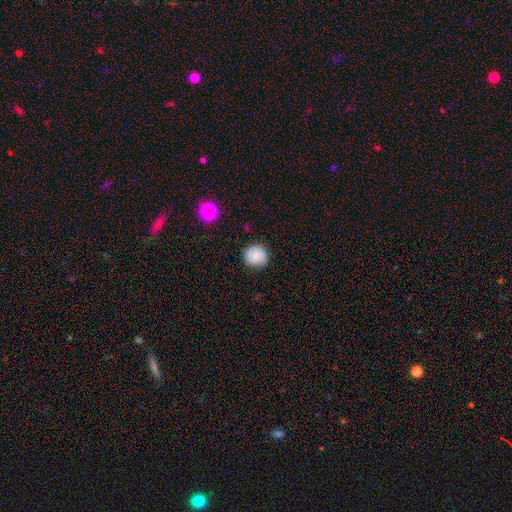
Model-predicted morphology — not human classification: smooth_or_featured: smooth (p=0.74) [alt: featured or disk p=0.16]
how_rounded: round (p=0.88) [alt: in between p=0.11]
merging: none (p=0.84) [alt: minor disturbance p=0.12]